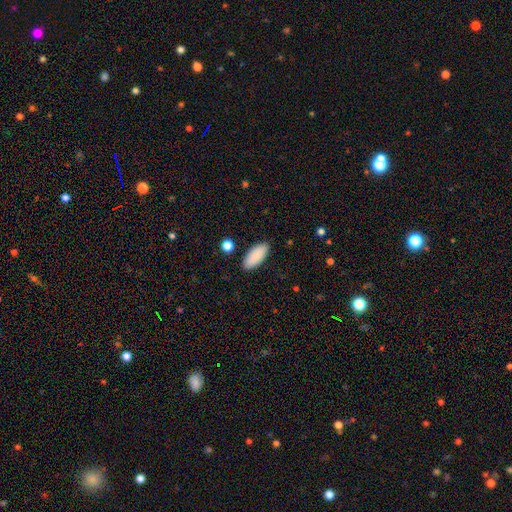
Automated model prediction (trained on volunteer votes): Smooth or featured: smooth — 90% (star or artifact — 6%)
How rounded: in between — 88% (cigar-shaped — 11%)
Merging: none — 88% (minor disturbance — 8%)